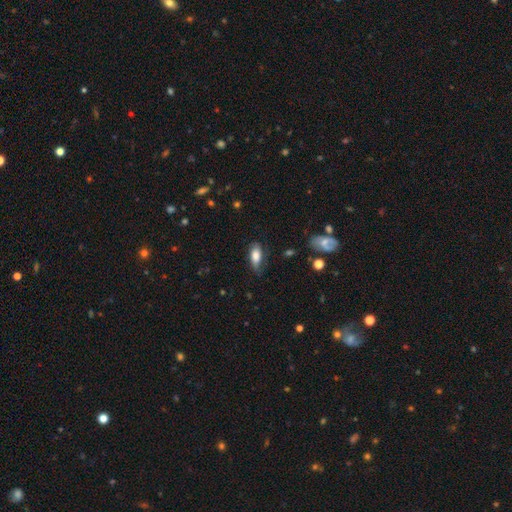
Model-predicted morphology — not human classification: smooth 77%, featured or disk 16%, star or artifact 7%. Down the decision tree: how rounded — in between (83%); merging — none (65%).